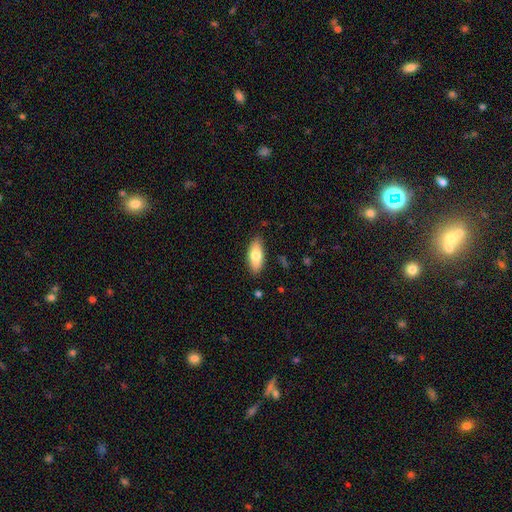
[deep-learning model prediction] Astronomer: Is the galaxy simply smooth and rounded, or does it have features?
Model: smooth — 75%.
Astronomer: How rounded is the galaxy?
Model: in between — 82%.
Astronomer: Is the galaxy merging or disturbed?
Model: none — 86%.